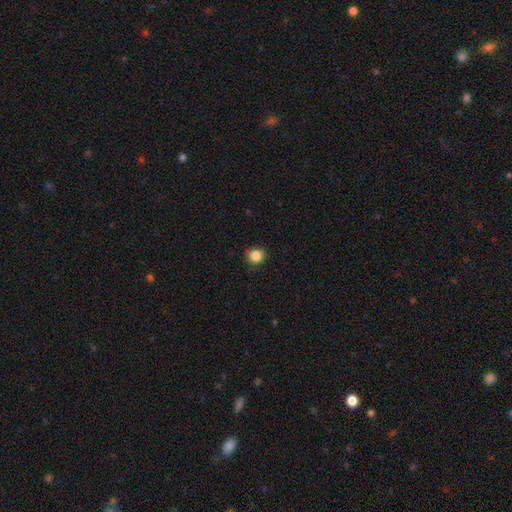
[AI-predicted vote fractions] smooth_or_featured: smooth (p=0.86) [alt: star or artifact p=0.10]
how_rounded: round (p=0.90) [alt: in between p=0.09]
merging: none (p=0.86) [alt: minor disturbance p=0.11]